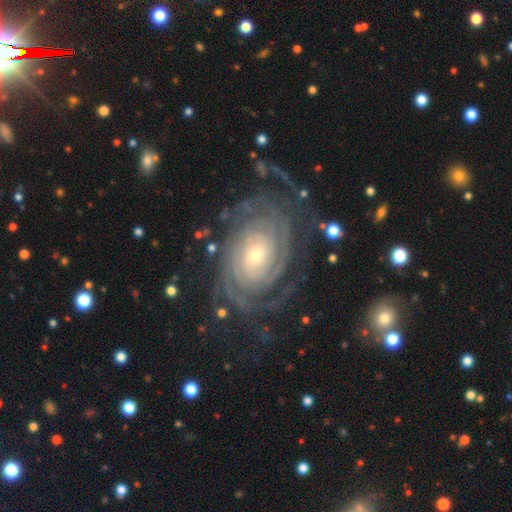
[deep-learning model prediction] A featured or disk galaxy (91%) with no bar (62%), tight (84%) spiral arms (98%) and a small central bulge (50%). Merging: none (73%).